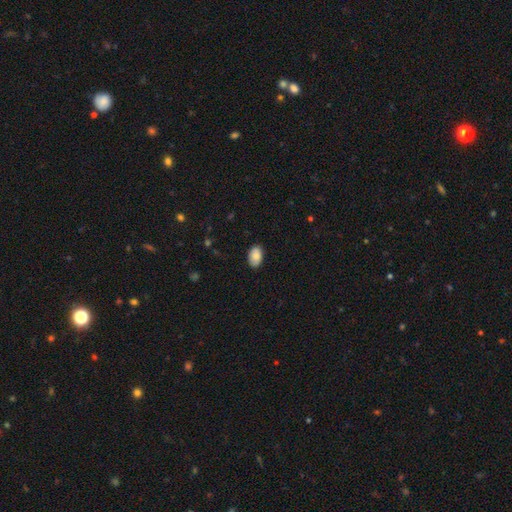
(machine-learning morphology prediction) smooth_or_featured: smooth (p=0.84) [alt: featured or disk p=0.09]
how_rounded: in between (p=0.92) [alt: round p=0.06]
merging: none (p=0.86) [alt: minor disturbance p=0.11]